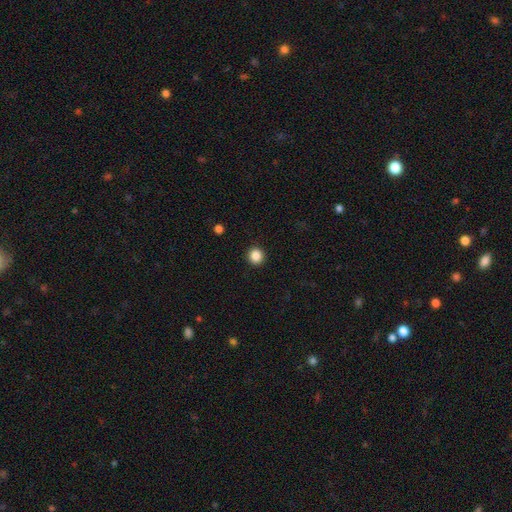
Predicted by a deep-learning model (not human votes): Smooth or featured? smooth (86%)
How rounded? round (94%)
Merging? none (93%)